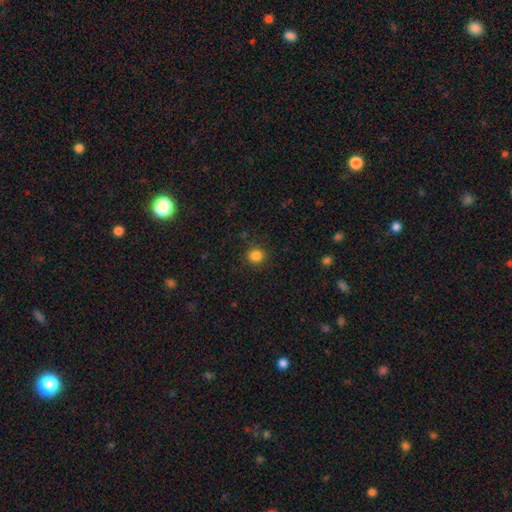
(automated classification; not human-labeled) Morphology: type=smooth (84%); roundness=round (90%); merging=none (89%).